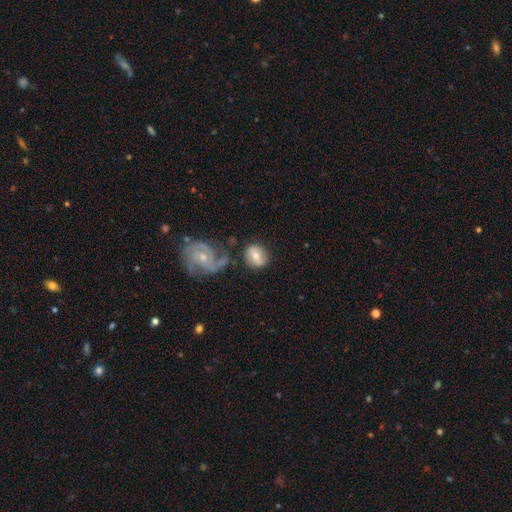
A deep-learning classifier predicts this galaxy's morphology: type=smooth (51%); roundness=round (64%); merging=none (66%).